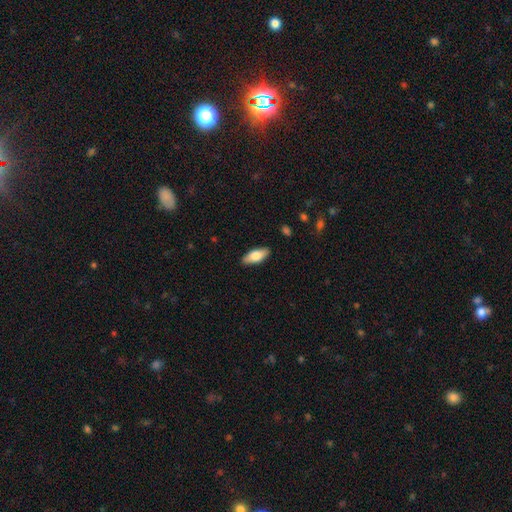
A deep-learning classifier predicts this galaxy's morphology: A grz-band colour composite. It shows a smooth galaxy with no disk features (76%) that is in between round and cigar-shaped (82%). Merging: none (88%).